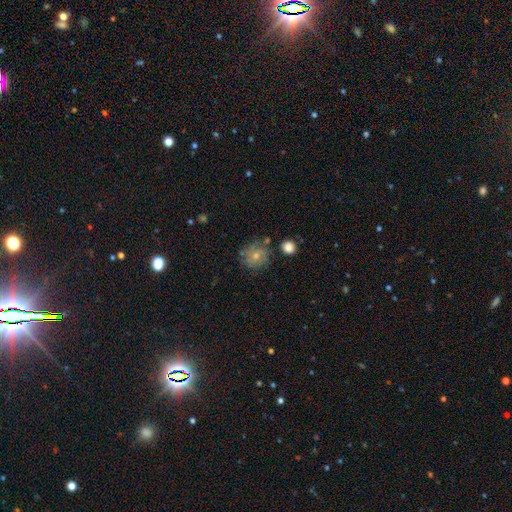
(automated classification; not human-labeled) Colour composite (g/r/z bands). It shows a smooth galaxy with no disk features (53%) that is round (80%). Merging: none (61%).